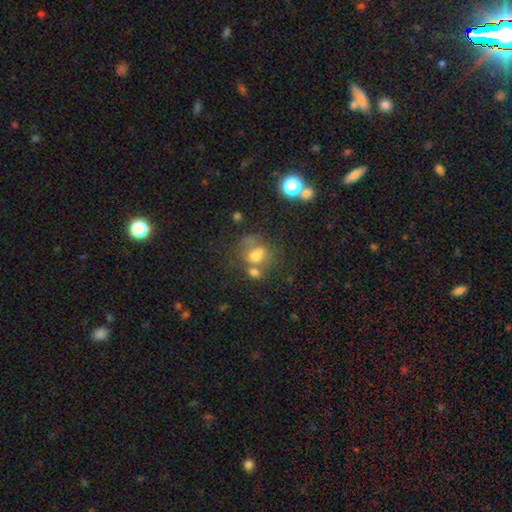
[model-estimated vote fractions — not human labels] Q: Smooth or featured?
A: smooth (61%); runner-up: featured or disk (22%)
Q: How rounded?
A: round (54%); runner-up: in between (45%)
Q: Merging?
A: merger (37%); runner-up: none (35%)